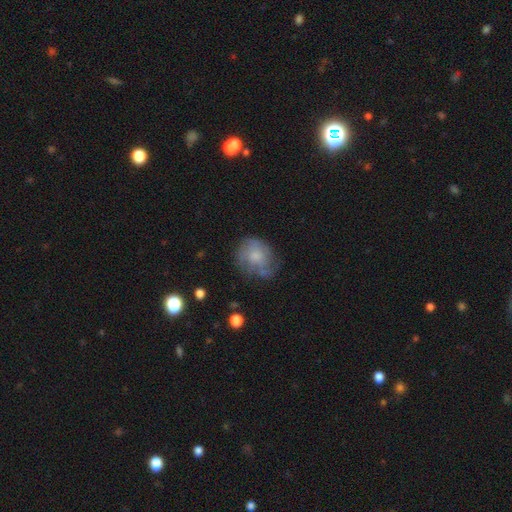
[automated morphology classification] Q: Smooth or featured?
A: smooth (50%); runner-up: featured or disk (42%)
Q: Merging?
A: none (52%); runner-up: minor disturbance (28%)